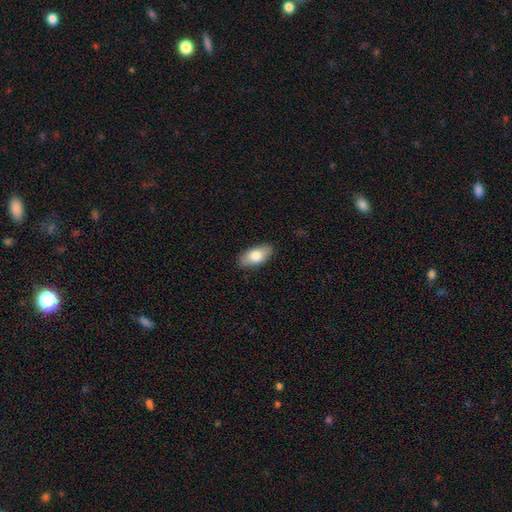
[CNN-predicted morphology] A smooth galaxy with no disk features (78%) that is in between round and cigar-shaped (91%).

Vote fractions:
- Smooth or featured? smooth: 78% / featured or disk: 15% / star or artifact: 6%
- How rounded? in between: 91% / cigar-shaped: 6% / round: 3%
- Merging? none: 88% / minor disturbance: 9% / major disturbance: 2% / merger: 1%